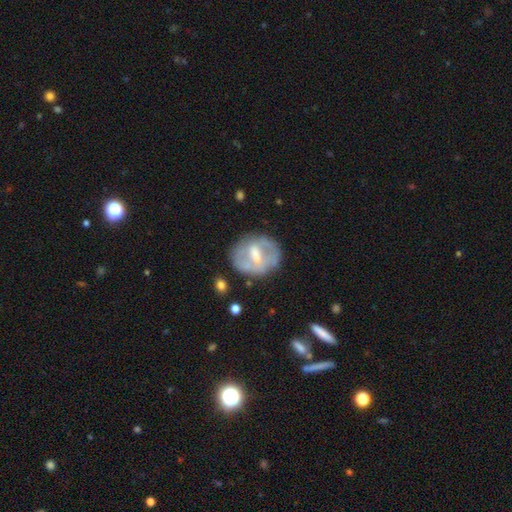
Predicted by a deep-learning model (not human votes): smooth-or-featured: featured or disk: 59% | smooth: 34% | star or artifact: 7%
  disk-edge-on: no: 96% | yes: 4%
    bar: weak: 42% | strong: 31% | no: 27%
    has-spiral-arms: no: 67% | yes: 33%
    bulge-size: moderate: 47% | small: 29% | none: 13% | large: 10% | dominant: 2%
  merging: none: 64% | minor disturbance: 20% | major disturbance: 11% | merger: 5%